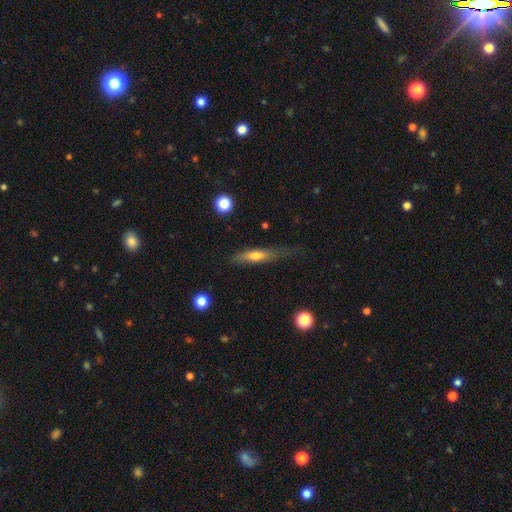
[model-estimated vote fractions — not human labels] Smooth or featured: smooth — 52% (featured or disk — 41%)
How rounded: cigar-shaped — 78% (in between — 19%)
Merging: none — 55% (minor disturbance — 30%)